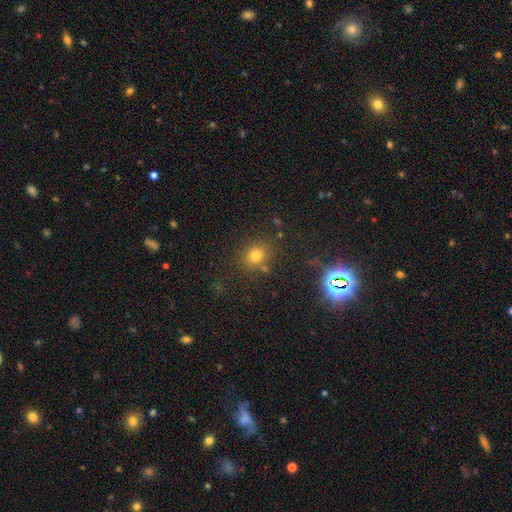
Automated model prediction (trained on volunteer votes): Smooth or featured?
  - smooth: 69% *
  - star or artifact: 23%
  - featured or disk: 8%
How rounded?
  - round: 68% *
  - in between: 30%
  - cigar-shaped: 1%
Merging?
  - none: 76% *
  - minor disturbance: 12%
  - merger: 8%
  - major disturbance: 5%